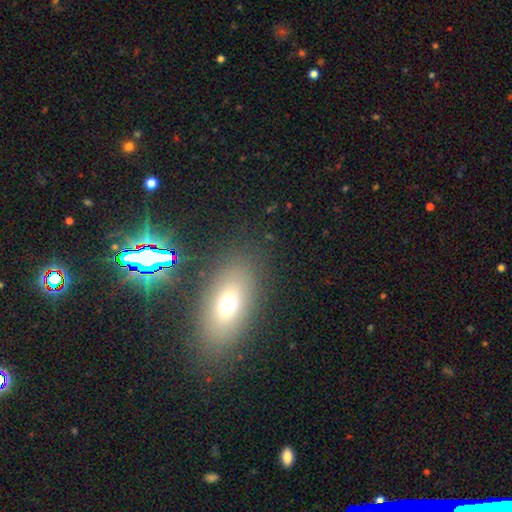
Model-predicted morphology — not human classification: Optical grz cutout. It shows a smooth galaxy with no disk features (52%) that is in between round and cigar-shaped (75%). Merging: none (84%).